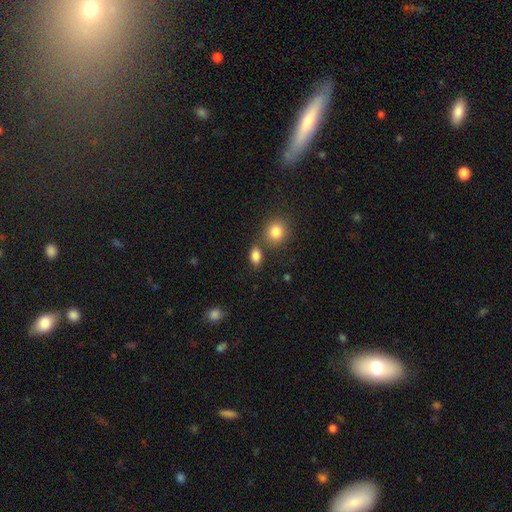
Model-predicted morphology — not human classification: This appears to be a smooth galaxy with no disk features (84%) that is in between round and cigar-shaped (80%). Merging: none (66%).